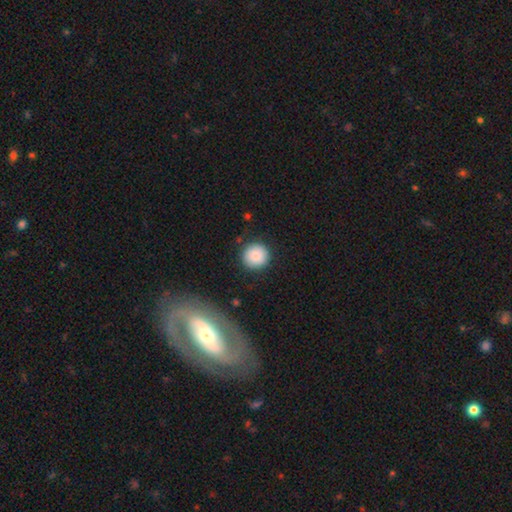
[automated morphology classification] A smooth galaxy with no disk features (87%) that is round (93%).

Vote fractions:
- Smooth or featured? smooth: 87% / star or artifact: 8% / featured or disk: 5%
- How rounded? round: 93% / in between: 6% / cigar-shaped: 1%
- Merging? none: 89% / minor disturbance: 7% / major disturbance: 2% / merger: 2%